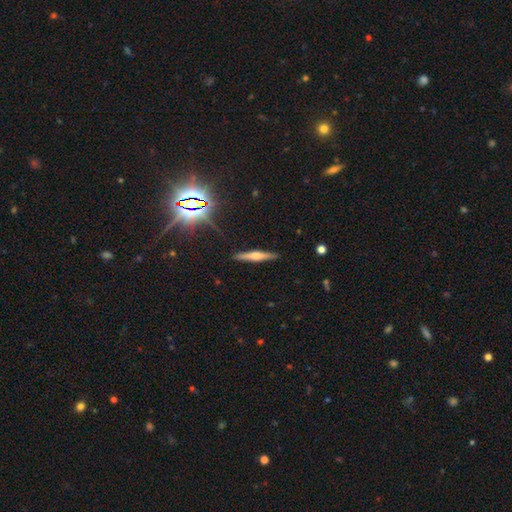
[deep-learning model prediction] A featured or disk galaxy (54%) viewed edge-on (97%) with a rounded central bulge (74%).

Vote fractions:
- Smooth or featured? featured or disk: 54% / smooth: 37% / star or artifact: 10%
- Edge-on disk? yes: 97% / no: 3%
- Edge-on bulge? rounded: 74% / boxy: 15% / none: 11%
- Merging? none: 90% / minor disturbance: 7% / major disturbance: 2% / merger: 1%